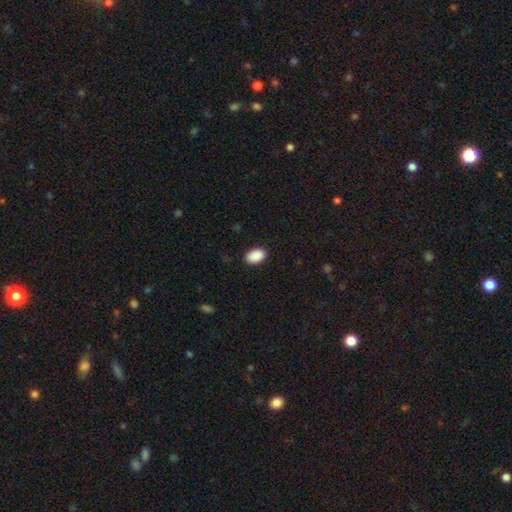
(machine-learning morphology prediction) A smooth galaxy with no disk features (91%) that is in between round and cigar-shaped (90%). Merging: none (89%).